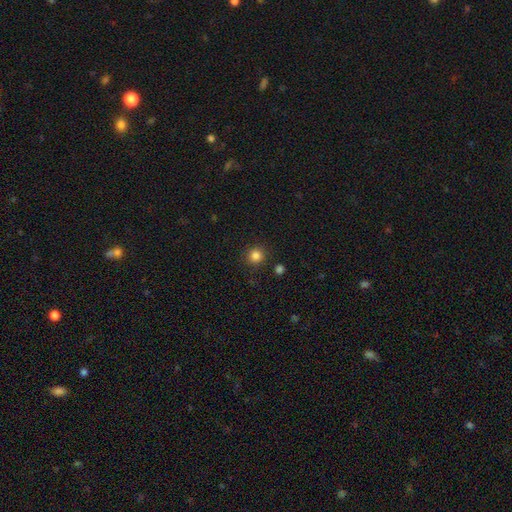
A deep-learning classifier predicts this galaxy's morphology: A smooth galaxy with no disk features (83%) that is round (92%).

Vote fractions:
- Smooth or featured? smooth: 83% / star or artifact: 12% / featured or disk: 4%
- How rounded? round: 92% / in between: 7% / cigar-shaped: 1%
- Merging? none: 88% / minor disturbance: 7% / major disturbance: 2% / merger: 2%